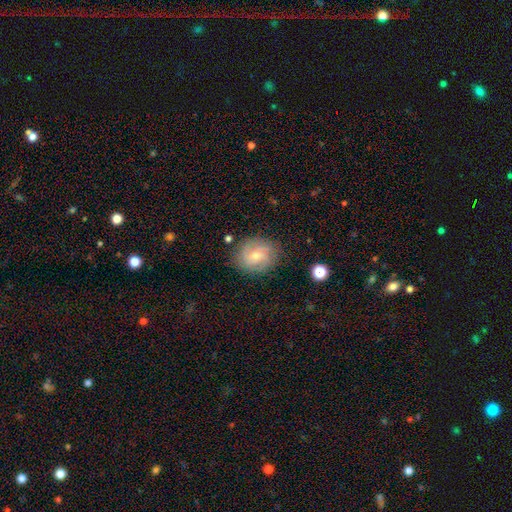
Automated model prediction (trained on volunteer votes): This is possibly a featured or disk galaxy (56%). It is clearly not viewed edge-on (97%). Bar: possibly no (54%). Spiral arm pattern: clearly yes (84%). Central bulge: possibly small (59%). Merging: clearly none (81%).